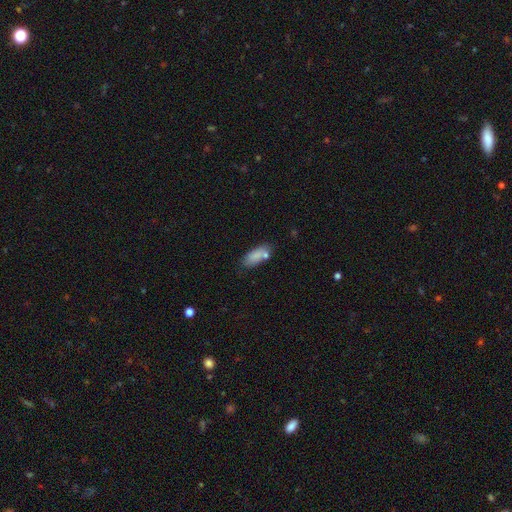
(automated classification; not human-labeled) Morphology: type=smooth (82%); roundness=in between (81%); merging=none (64%).